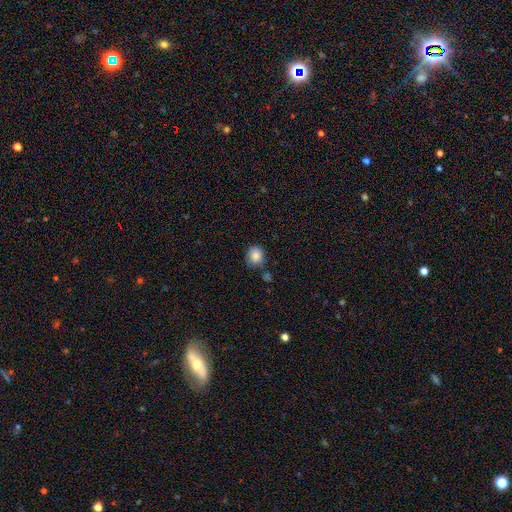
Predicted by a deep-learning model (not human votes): Smooth or featured: smooth — 86% (star or artifact — 9%)
How rounded: round — 82% (in between — 17%)
Merging: none — 74% (minor disturbance — 16%)